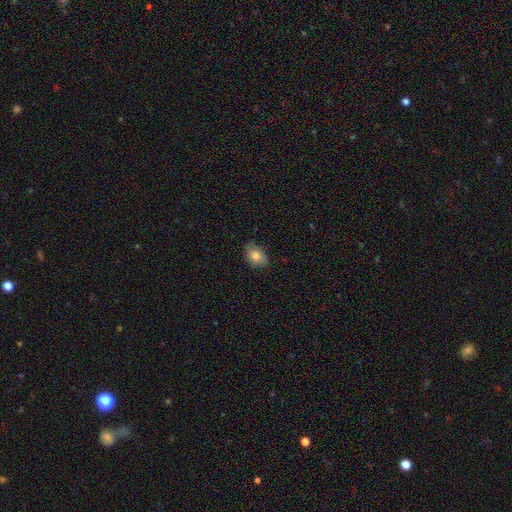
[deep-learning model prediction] Smooth or featured? smooth (82%)
How rounded? in between (75%)
Merging? none (76%)